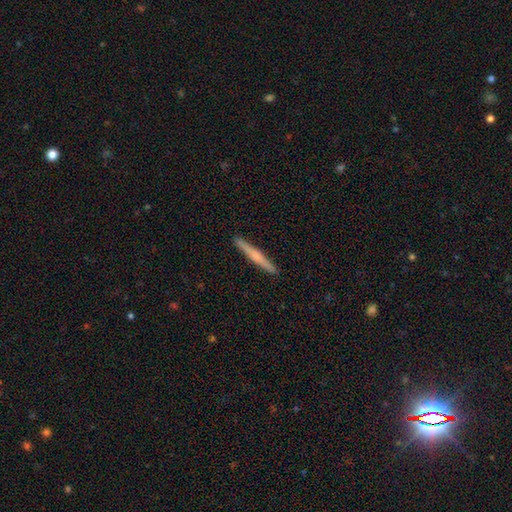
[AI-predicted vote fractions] Smooth or featured?
  - featured or disk: 48% *
  - smooth: 46%
  - star or artifact: 6%
Merging?
  - none: 92% *
  - minor disturbance: 5%
  - major disturbance: 1%
  - merger: 1%